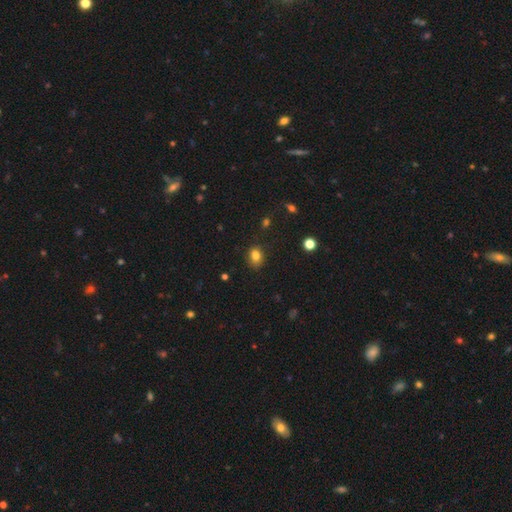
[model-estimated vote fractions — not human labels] Morphology: type=smooth (81%); roundness=in between (60%); merging=none (75%).